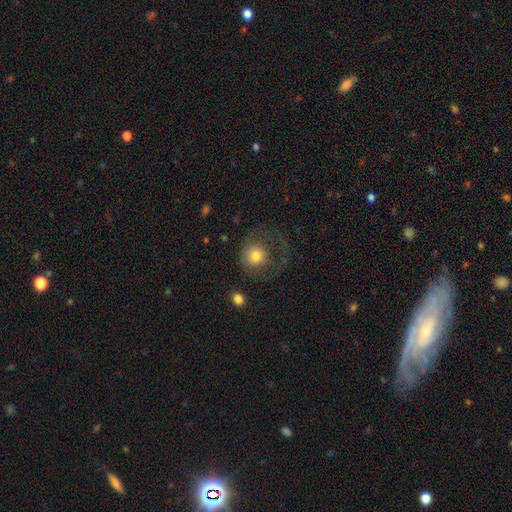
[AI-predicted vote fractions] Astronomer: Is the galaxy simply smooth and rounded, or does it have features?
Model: smooth — 71%.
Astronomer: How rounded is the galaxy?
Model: round — 85%.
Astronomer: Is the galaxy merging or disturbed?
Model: none — 42% (runner-up: major disturbance, 39%).